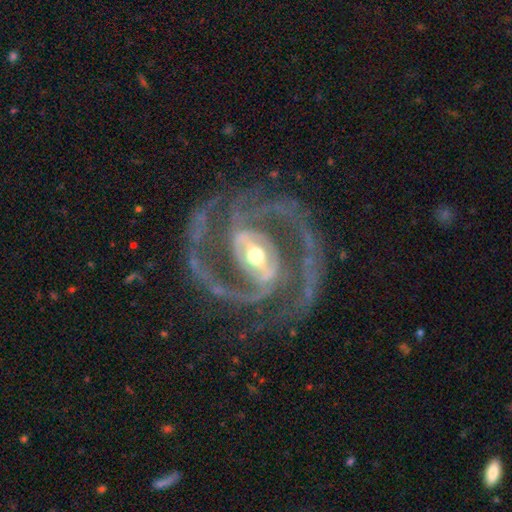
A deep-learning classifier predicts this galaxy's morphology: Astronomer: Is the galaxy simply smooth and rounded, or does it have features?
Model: featured or disk — 93%.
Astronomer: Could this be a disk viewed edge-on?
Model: no — 97%.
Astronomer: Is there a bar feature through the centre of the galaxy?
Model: strong — 64%.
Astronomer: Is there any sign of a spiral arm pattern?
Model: yes — 97%.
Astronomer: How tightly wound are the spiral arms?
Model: medium — 58%.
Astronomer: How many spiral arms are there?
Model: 2 — 73%.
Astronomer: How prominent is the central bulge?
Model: moderate — 63%.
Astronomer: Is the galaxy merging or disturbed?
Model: none — 71%.